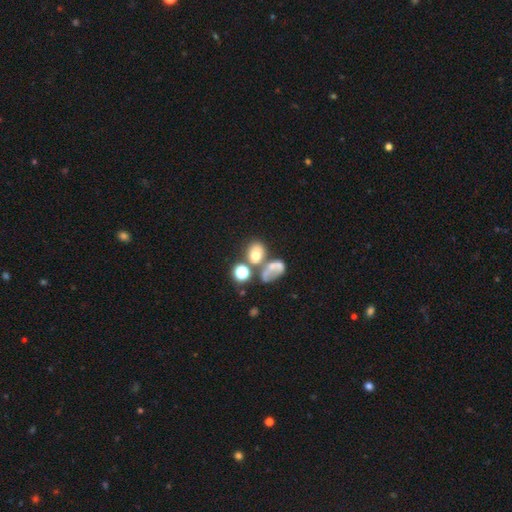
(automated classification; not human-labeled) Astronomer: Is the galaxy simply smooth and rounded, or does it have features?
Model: smooth — 60%.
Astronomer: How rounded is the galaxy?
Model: in between — 53% (runner-up: round, 46%).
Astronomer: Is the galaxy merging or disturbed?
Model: merger — 40% (runner-up: none, 36%).